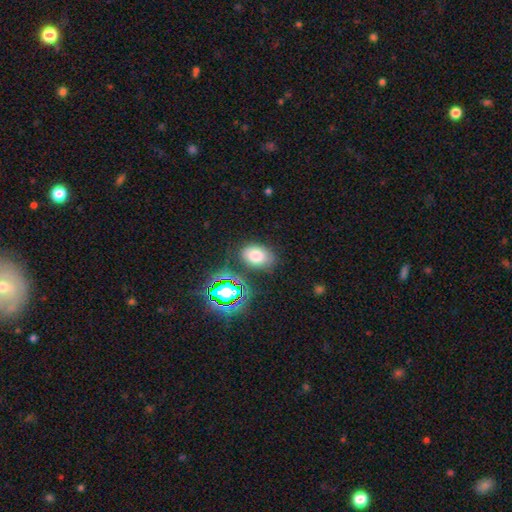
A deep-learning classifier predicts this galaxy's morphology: A smooth galaxy with no disk features (75%) that is in between round and cigar-shaped (82%). Merging: none (77%).